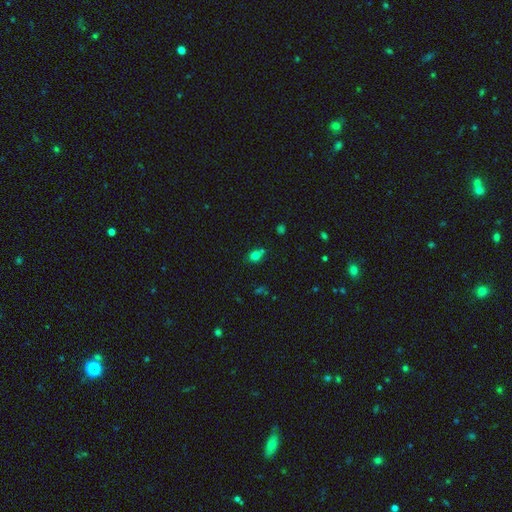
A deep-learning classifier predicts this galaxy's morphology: smooth_or_featured: smooth (p=0.75) [alt: star or artifact p=0.16]
how_rounded: round (p=0.55) [alt: in between p=0.43]
merging: none (p=0.61) [alt: merger p=0.18]